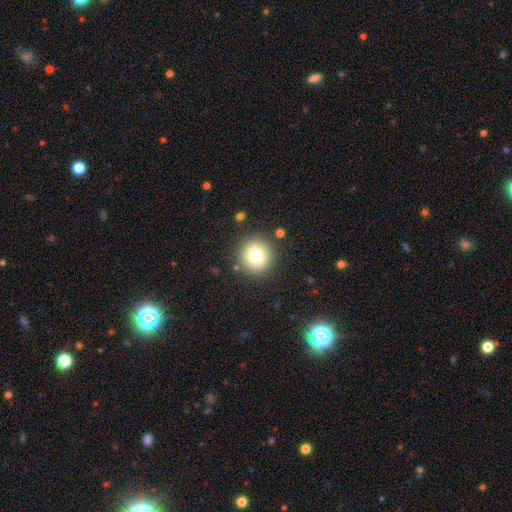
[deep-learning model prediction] A smooth galaxy with no disk features (75%) that is round (94%). Merging: none (87%).